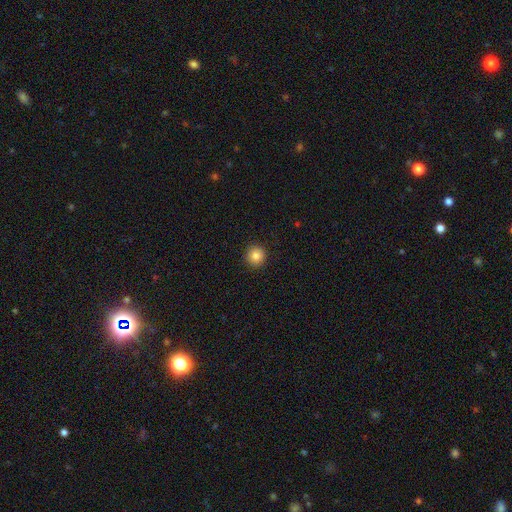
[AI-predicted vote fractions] The model was most divided on "smooth or featured": smooth: 84%, star or artifact: 11%, featured or disk: 6%. More confident: how rounded — round (94%); merging — none (93%).